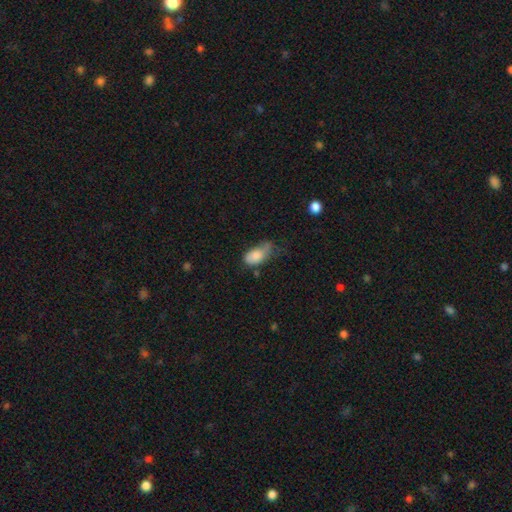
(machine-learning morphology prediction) A smooth galaxy with no disk features (80%) that is in between round and cigar-shaped (91%).

Vote fractions:
- Smooth or featured? smooth: 80% / featured or disk: 12% / star or artifact: 8%
- How rounded? in between: 91% / round: 6% / cigar-shaped: 3%
- Merging? minor disturbance: 40% / none: 27% / major disturbance: 27% / merger: 6%